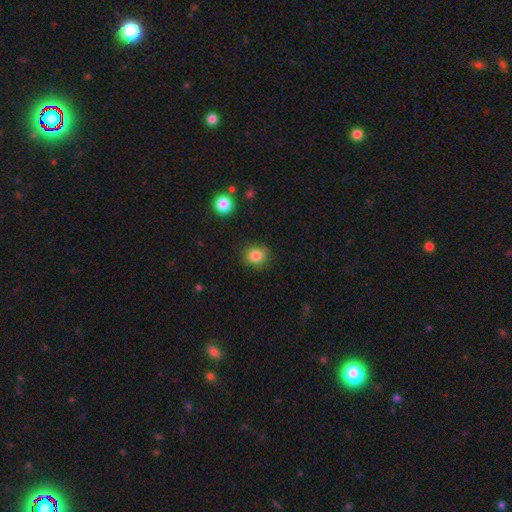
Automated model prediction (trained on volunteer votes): smooth 85%, star or artifact 11%, featured or disk 5%. Down the decision tree: how rounded — round (83%); merging — none (85%).